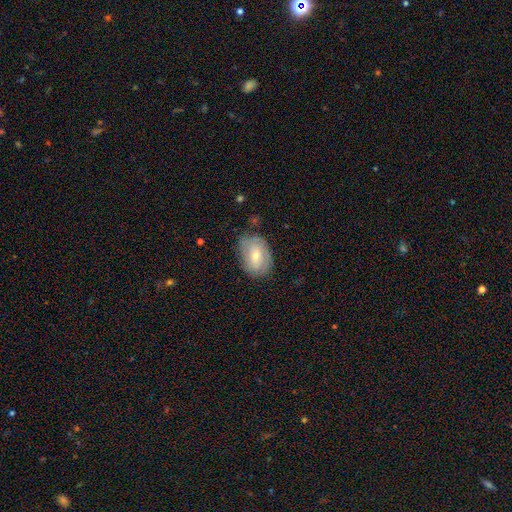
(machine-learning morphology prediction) Smooth or featured?
  - featured or disk: 49% *
  - smooth: 44%
  - star or artifact: 8%
Merging?
  - none: 70% *
  - minor disturbance: 22%
  - major disturbance: 6%
  - merger: 2%